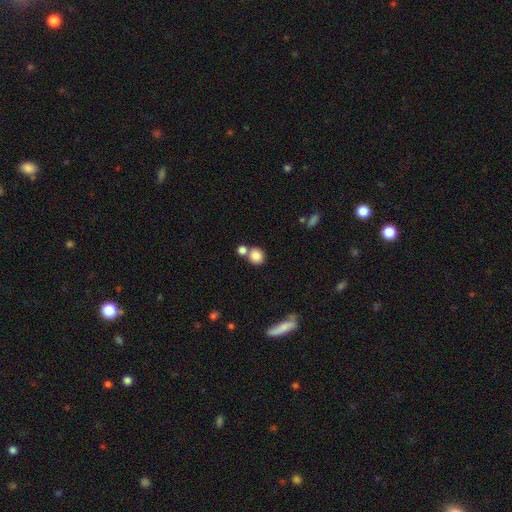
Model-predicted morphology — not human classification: smooth-or-featured: smooth: 84% | star or artifact: 9% | featured or disk: 7%
  how-rounded: round: 82% | in between: 17% | cigar-shaped: 1%
  merging: none: 55% | merger: 32% | minor disturbance: 9% | major disturbance: 4%